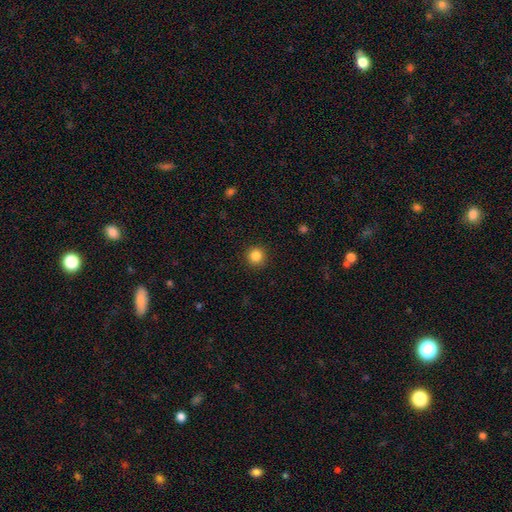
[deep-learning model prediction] Smooth or featured? Predicted: smooth (p=0.85). How rounded? Predicted: round (p=0.95). Merging? Predicted: none (p=0.92).